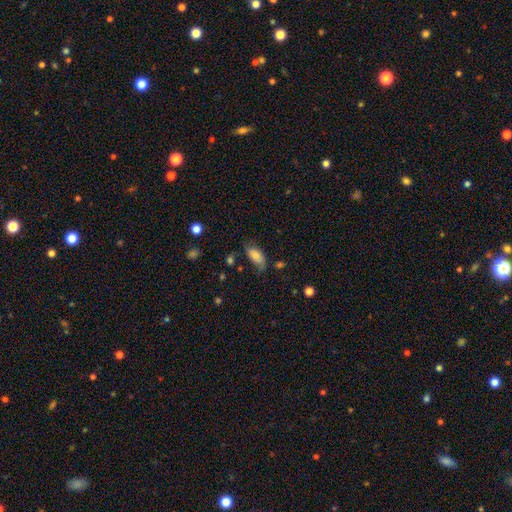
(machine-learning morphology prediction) Overall: smooth (76%). How rounded: in between (90%). Merging: none (57%; minor disturbance 30%).